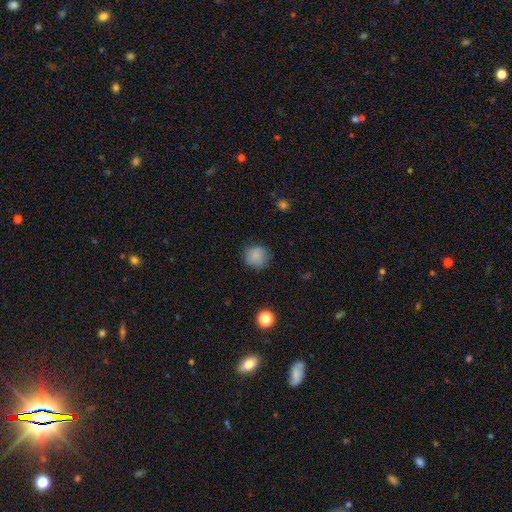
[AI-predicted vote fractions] Smooth or featured? Predicted: smooth (p=0.84). How rounded? Predicted: round (p=0.90). Merging? Predicted: none (p=0.80).